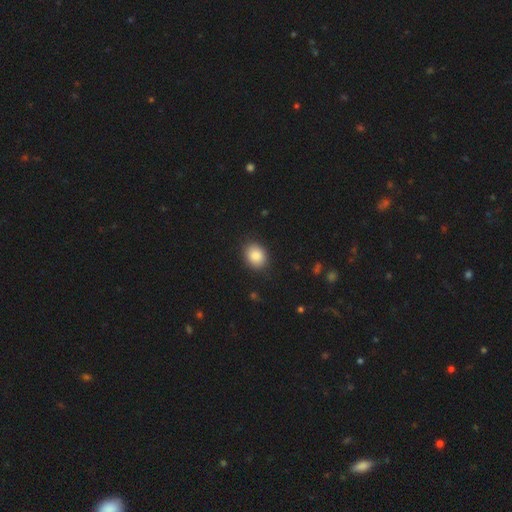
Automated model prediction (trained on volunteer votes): Q: Smooth or featured?
A: smooth (88%); runner-up: star or artifact (8%)
Q: How rounded?
A: in between (55%); runner-up: round (44%)
Q: Merging?
A: none (88%); runner-up: minor disturbance (9%)